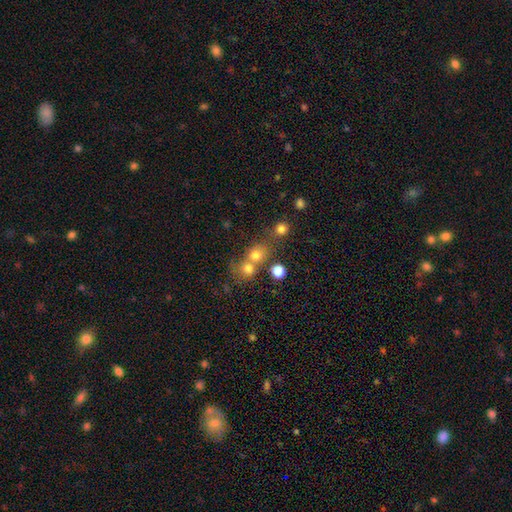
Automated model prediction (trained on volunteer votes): The model was most divided on "merging": merger: 46%, none: 42%, minor disturbance: 7%, major disturbance: 4%. More confident: how rounded — round (79%); smooth or featured — smooth (68%).